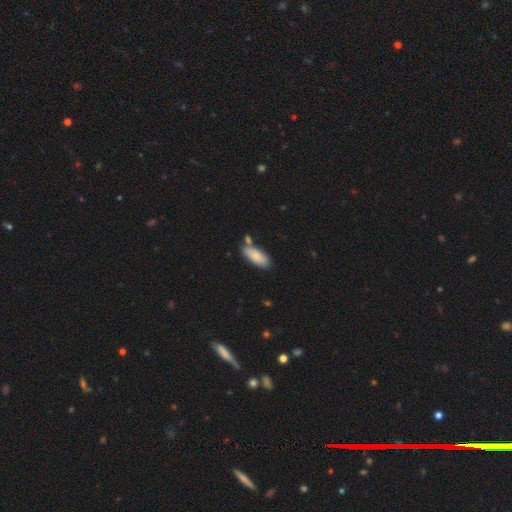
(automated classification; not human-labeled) This is clearly a smooth galaxy (83%). How rounded: likely in between (78%). Merging: likely none (67%).